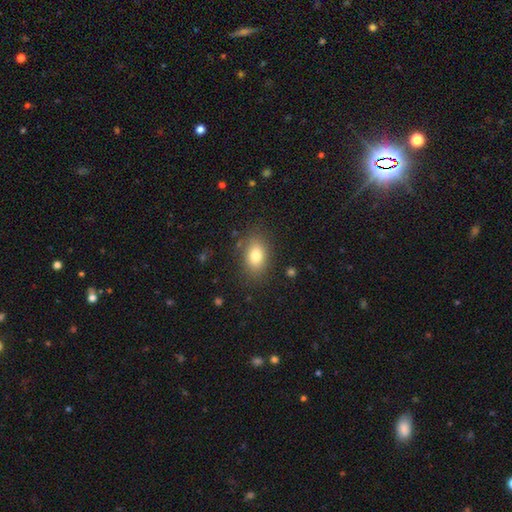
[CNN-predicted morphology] Smooth or featured: smooth — 80% (featured or disk — 10%)
How rounded: in between — 82% (round — 16%)
Merging: none — 83% (minor disturbance — 11%)